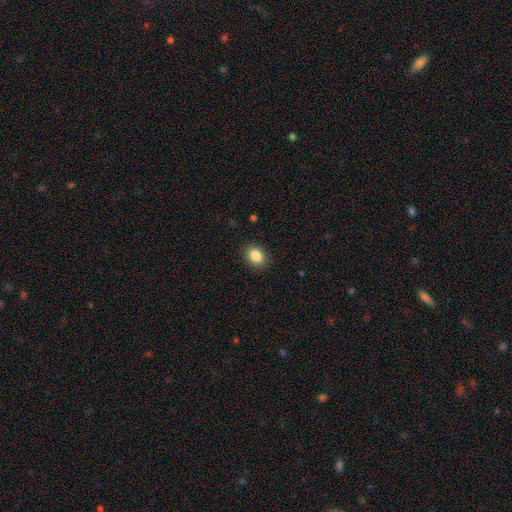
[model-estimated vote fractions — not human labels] smooth-or-featured: smooth: 86% | star or artifact: 9% | featured or disk: 5%
  how-rounded: in between: 57% | round: 42% | cigar-shaped: 1%
  merging: none: 88% | minor disturbance: 9% | major disturbance: 2% | merger: 1%